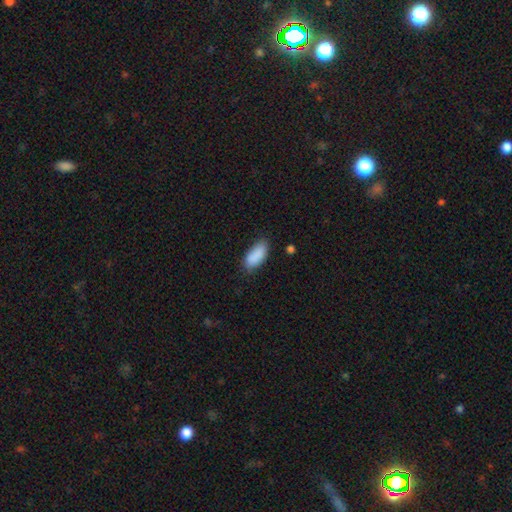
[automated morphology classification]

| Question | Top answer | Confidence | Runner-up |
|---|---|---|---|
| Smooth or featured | smooth | 89% | star or artifact (7%) |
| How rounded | in between | 88% | cigar-shaped (10%) |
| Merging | none | 73% | minor disturbance (21%) |